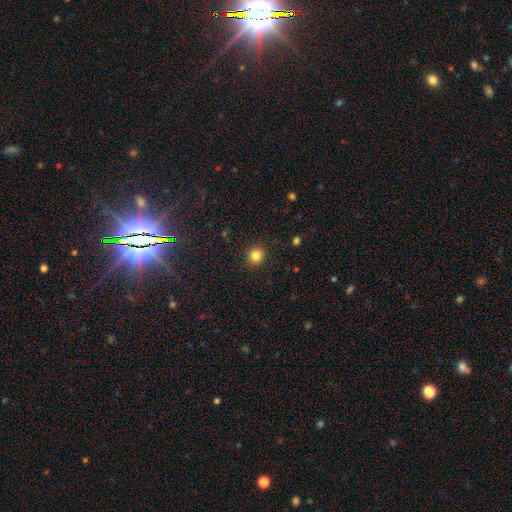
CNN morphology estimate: smooth_or_featured: smooth (p=0.84) [alt: star or artifact p=0.11]
how_rounded: round (p=0.90) [alt: in between p=0.09]
merging: none (p=0.91) [alt: minor disturbance p=0.06]